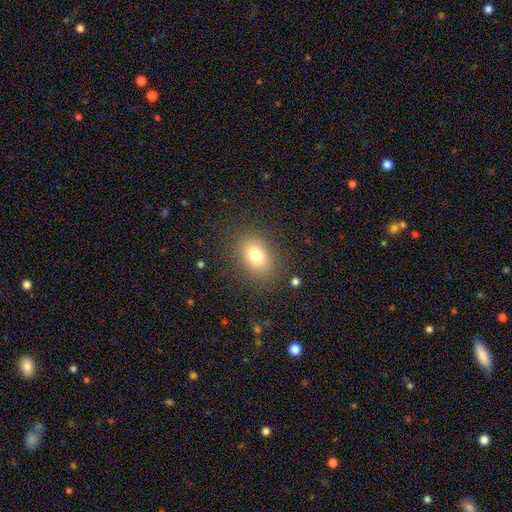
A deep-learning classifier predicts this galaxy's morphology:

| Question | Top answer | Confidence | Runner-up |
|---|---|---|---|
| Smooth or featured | smooth | 77% | star or artifact (12%) |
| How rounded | in between | 74% | round (25%) |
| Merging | none | 84% | minor disturbance (10%) |